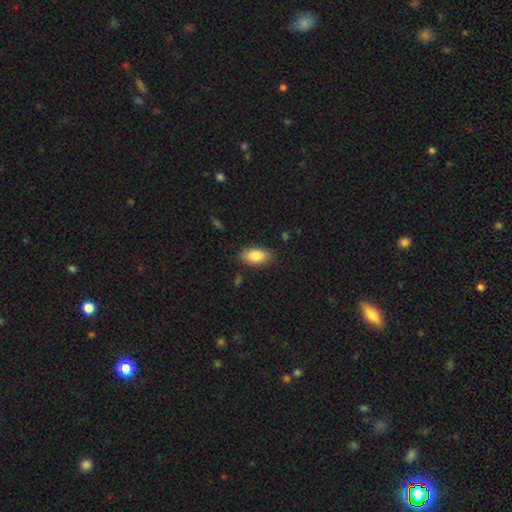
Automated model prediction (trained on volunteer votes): smooth 86%, featured or disk 7%, star or artifact 7%. Down the decision tree: how rounded — in between (91%); merging — none (83%).